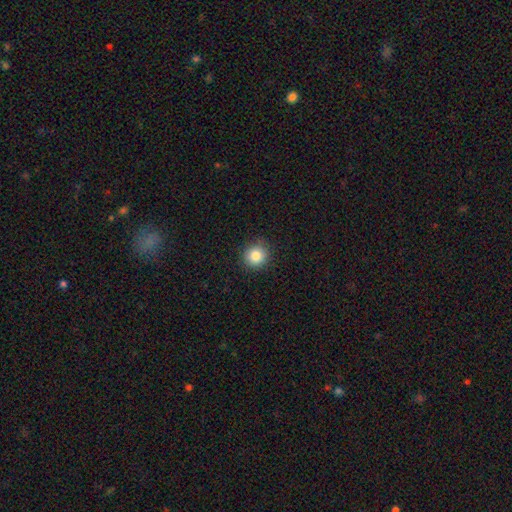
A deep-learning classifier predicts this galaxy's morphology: smooth-or-featured: smooth: 84% | star or artifact: 10% | featured or disk: 5%
  how-rounded: round: 91% | in between: 8% | cigar-shaped: 1%
  merging: none: 88% | minor disturbance: 9% | major disturbance: 2% | merger: 1%